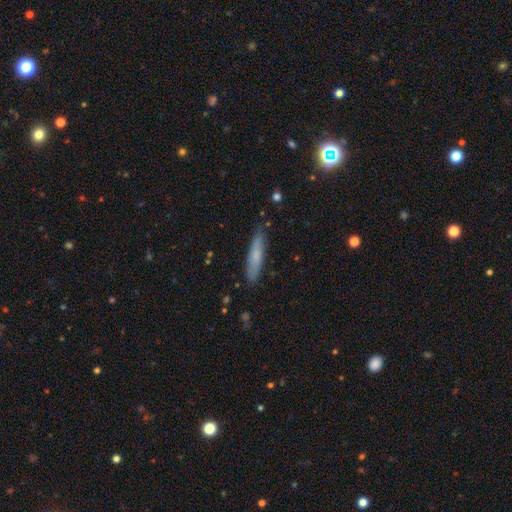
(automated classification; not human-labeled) Smooth or featured?
  - smooth: 70% *
  - featured or disk: 24%
  - star or artifact: 7%
How rounded?
  - cigar-shaped: 88% *
  - in between: 10%
  - round: 1%
Merging?
  - none: 87% *
  - minor disturbance: 10%
  - major disturbance: 2%
  - merger: 1%